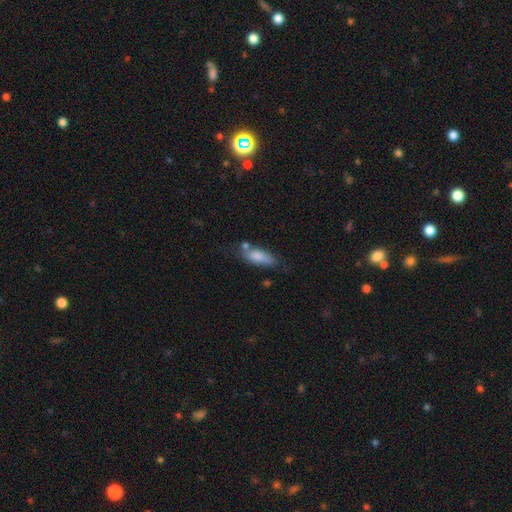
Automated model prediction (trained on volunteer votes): smooth-or-featured: smooth: 78% | featured or disk: 15% | star or artifact: 7%
  how-rounded: in between: 67% | cigar-shaped: 30% | round: 3%
  merging: none: 57% | minor disturbance: 23% | merger: 13% | major disturbance: 7%